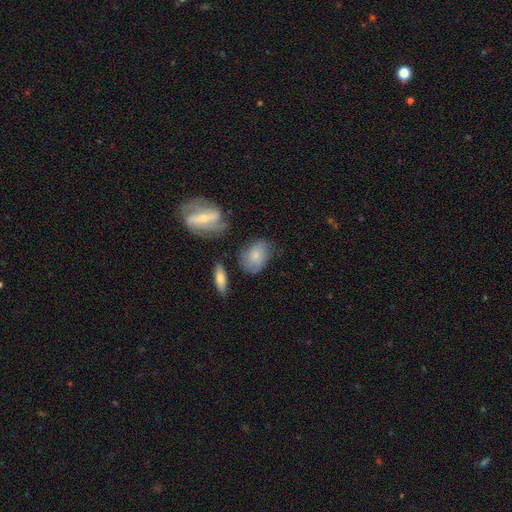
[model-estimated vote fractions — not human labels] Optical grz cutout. It shows a smooth galaxy with no disk features (67%) that is in between round and cigar-shaped (72%). Merging: none (62%).